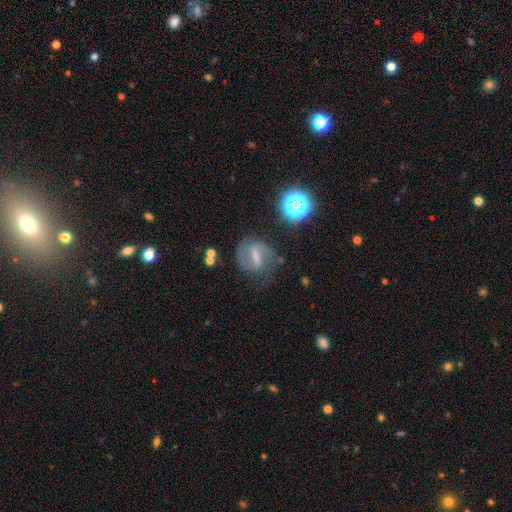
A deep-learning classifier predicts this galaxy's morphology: smooth_or_featured: featured or disk (p=0.67) [alt: smooth p=0.20]
disk_edge_on: no (p=0.95) [alt: yes p=0.05]
bar: strong (p=0.53) [alt: weak p=0.36]
has_spiral_arms: yes (p=0.82) [alt: no p=0.18]
spiral_winding: medium (p=0.45) [alt: loose p=0.34]
spiral_arm_count: 2 (p=0.79) [alt: can't tell p=0.10]
bulge_size: none (p=0.37) [alt: small p=0.36]
merging: none (p=0.67) [alt: minor disturbance p=0.19]